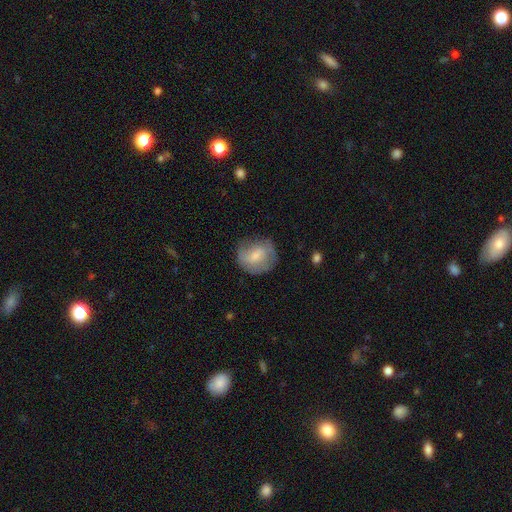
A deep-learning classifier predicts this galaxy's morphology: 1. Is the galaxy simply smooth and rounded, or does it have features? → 63% smooth, 30% featured or disk, 7% star or artifact.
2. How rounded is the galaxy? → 76% round, 23% in between, 1% cigar-shaped.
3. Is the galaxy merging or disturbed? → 66% none, 24% minor disturbance, 9% major disturbance, 1% merger.